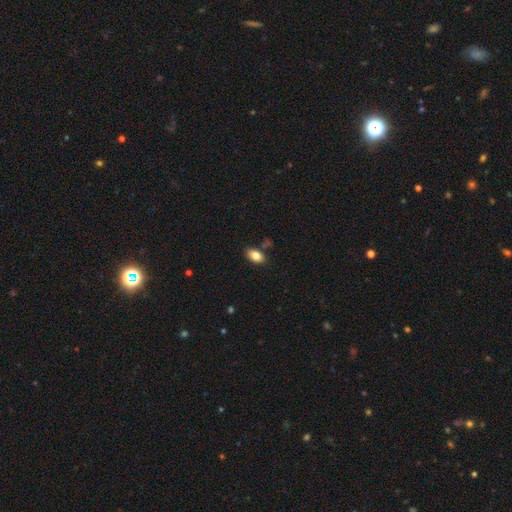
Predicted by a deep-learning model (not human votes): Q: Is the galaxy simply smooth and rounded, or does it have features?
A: smooth — 83%.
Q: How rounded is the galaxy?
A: in between — 92%.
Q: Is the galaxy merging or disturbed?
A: none — 81%.